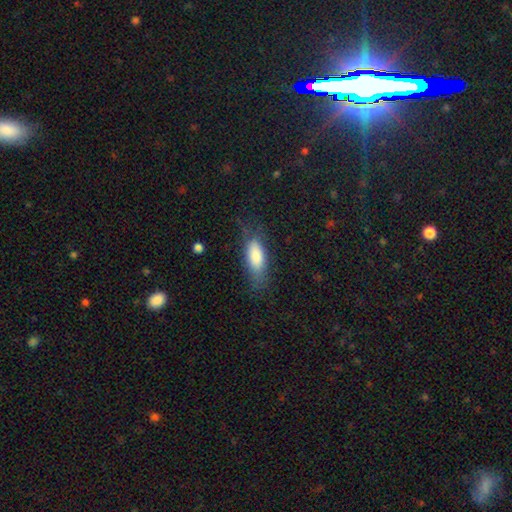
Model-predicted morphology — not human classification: Q: Smooth or featured?
A: smooth (80%); runner-up: featured or disk (13%)
Q: How rounded?
A: in between (72%); runner-up: cigar-shaped (26%)
Q: Merging?
A: none (66%); runner-up: minor disturbance (23%)